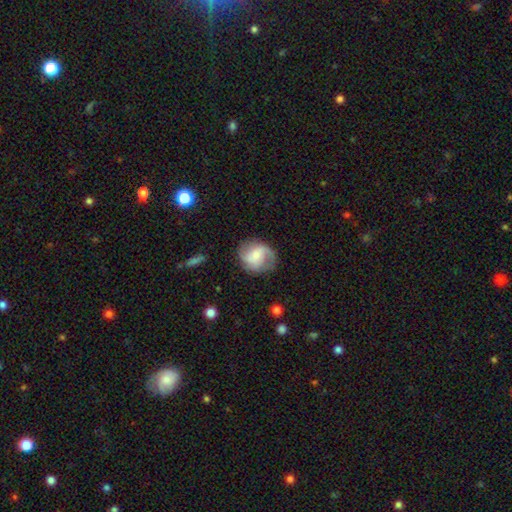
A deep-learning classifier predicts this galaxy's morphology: Smooth or featured? featured or disk (67%)
Edge-on disk? no (97%)
Bar? no (49%)
Spiral arms? yes (93%)
Spiral winding? medium (46%)
Spiral arm count? 2 (48%)
Bulge size? small (53%)
Merging? none (73%)